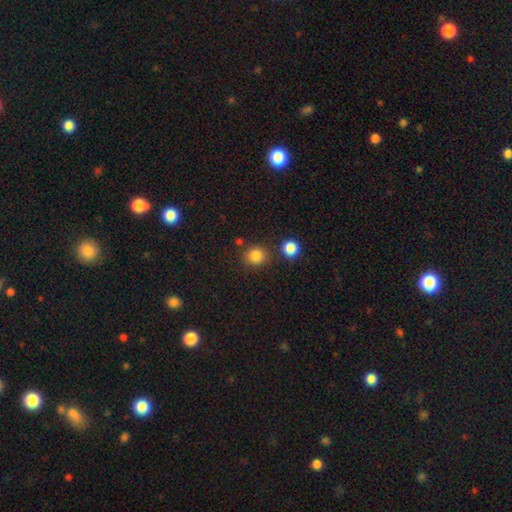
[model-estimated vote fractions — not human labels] Smooth or featured? smooth (84%)
How rounded? round (81%)
Merging? none (81%)